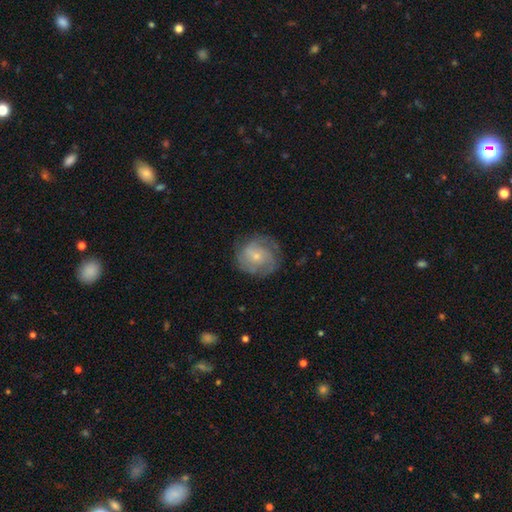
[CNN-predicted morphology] Smooth or featured? Predicted: featured or disk (p=0.60). Edge-on disk? Predicted: no (p=0.98). Bar? Predicted: no (p=0.64). Spiral arms? Predicted: yes (p=0.83). Bulge size? Predicted: small (p=0.67). Merging? Predicted: none (p=0.69).